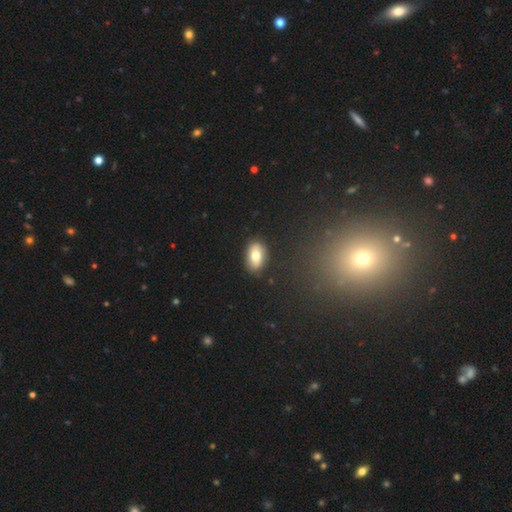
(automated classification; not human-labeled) This is likely a smooth galaxy (70%). How rounded: clearly in between (89%). Merging: clearly none (86%).